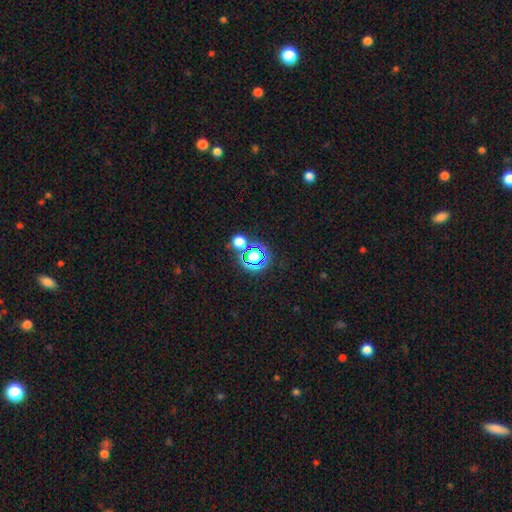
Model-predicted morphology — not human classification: This is possibly a star or artifact rather than a galaxy (52%).